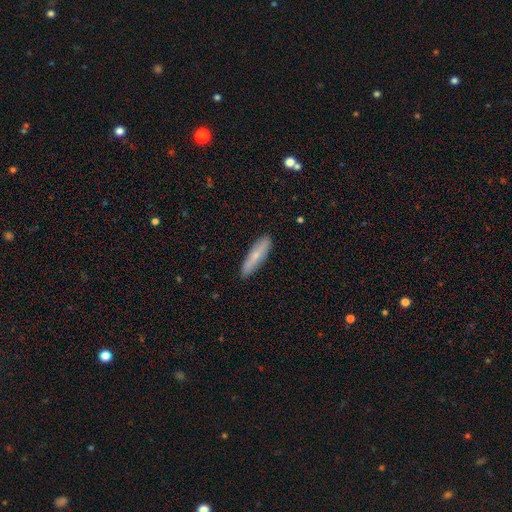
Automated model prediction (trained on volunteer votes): Morphology: type=smooth (64%); roundness=cigar-shaped (77%); merging=none (89%).